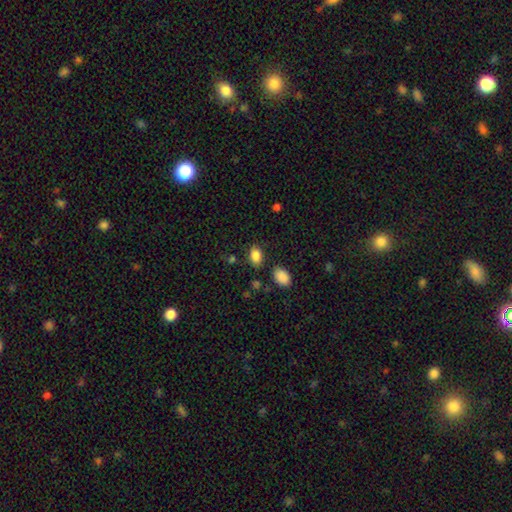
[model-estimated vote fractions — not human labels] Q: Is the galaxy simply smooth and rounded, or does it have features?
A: smooth — 87%.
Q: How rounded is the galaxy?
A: in between — 84%.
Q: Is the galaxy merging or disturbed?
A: none — 80%.